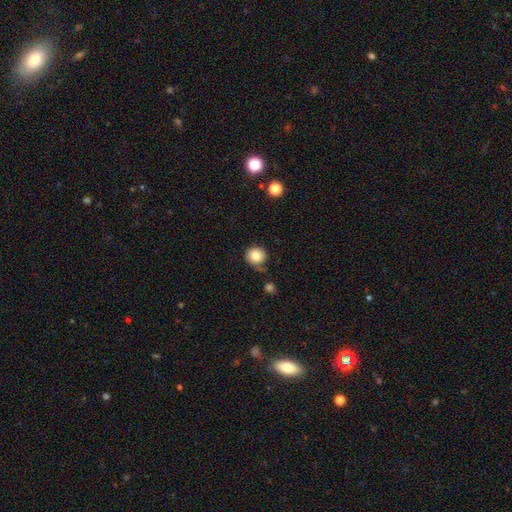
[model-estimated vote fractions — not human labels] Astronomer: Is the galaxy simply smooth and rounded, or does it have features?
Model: smooth — 81%.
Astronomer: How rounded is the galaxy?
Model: round — 90%.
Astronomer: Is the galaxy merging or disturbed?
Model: none — 67%.